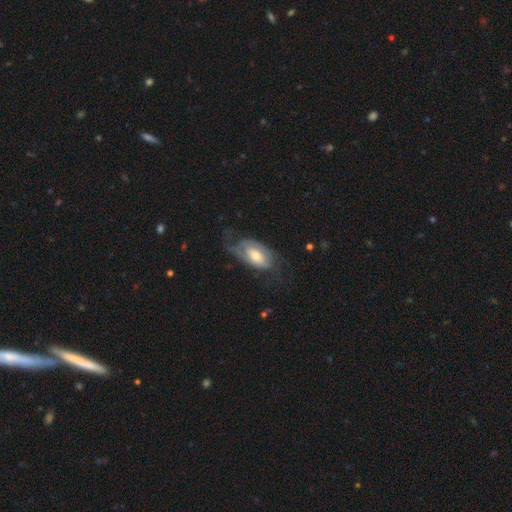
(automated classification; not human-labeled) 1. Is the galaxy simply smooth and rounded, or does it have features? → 60% featured or disk, 34% smooth, 6% star or artifact.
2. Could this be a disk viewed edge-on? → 92% no, 8% yes.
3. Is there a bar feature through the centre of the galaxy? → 56% no, 34% weak, 11% strong.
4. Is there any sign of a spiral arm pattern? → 77% yes, 23% no.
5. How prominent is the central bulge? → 60% moderate, 21% small, 15% large, 2% none, 2% dominant.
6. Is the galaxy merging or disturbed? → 47% none, 27% major disturbance, 24% minor disturbance, 2% merger.